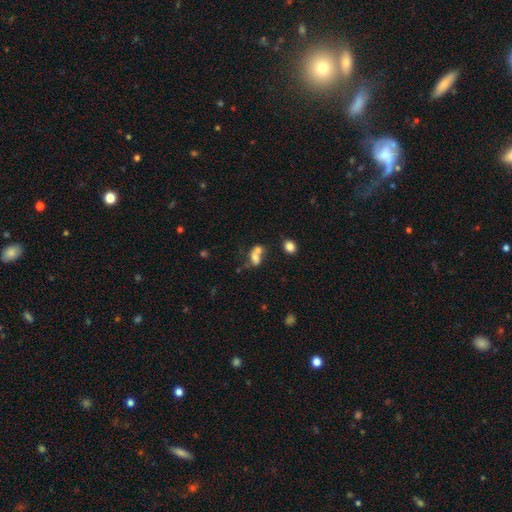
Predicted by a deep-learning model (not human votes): smooth-or-featured: smooth: 64% | featured or disk: 22% | star or artifact: 14%
  how-rounded: in between: 68% | round: 28% | cigar-shaped: 4%
  merging: merger: 62% | none: 20% | minor disturbance: 9% | major disturbance: 9%